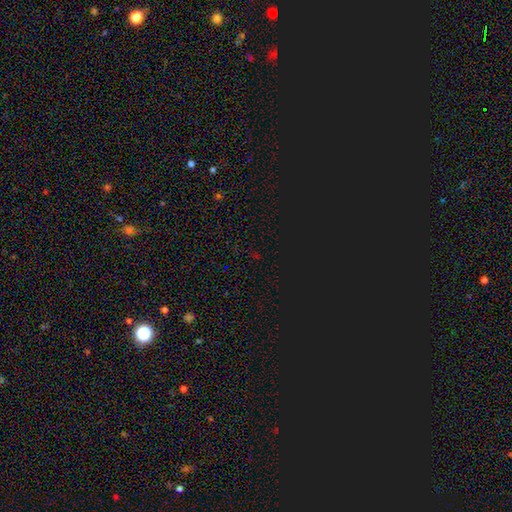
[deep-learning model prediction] Smooth or featured? Predicted: star or artifact (p=0.76).